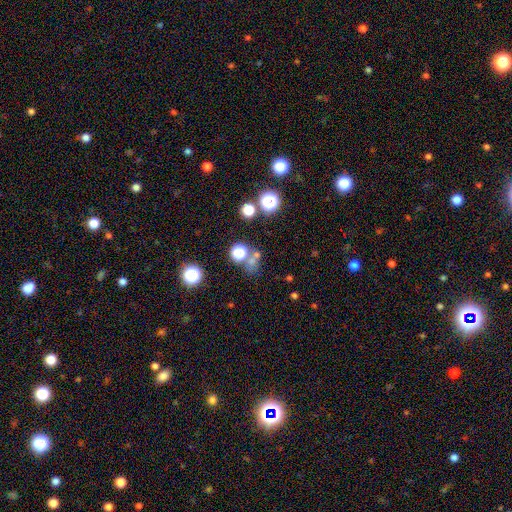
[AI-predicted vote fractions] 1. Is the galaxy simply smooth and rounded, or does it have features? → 51% smooth, 38% star or artifact, 10% featured or disk.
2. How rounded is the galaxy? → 74% round, 23% in between, 2% cigar-shaped.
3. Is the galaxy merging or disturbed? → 59% none, 24% merger, 10% minor disturbance, 7% major disturbance.